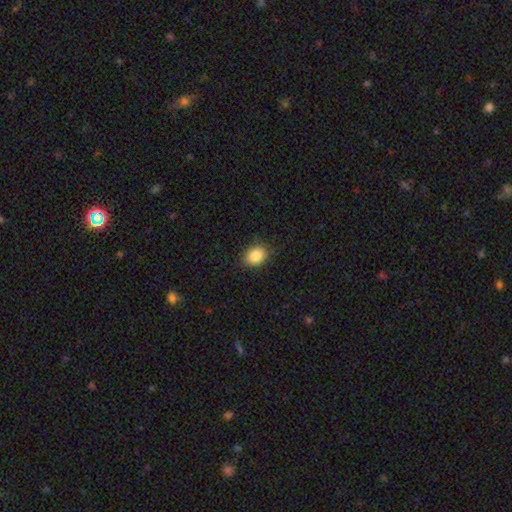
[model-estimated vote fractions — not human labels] This is clearly a smooth galaxy (86%). How rounded: possibly in between (53%). Merging: clearly none (82%).